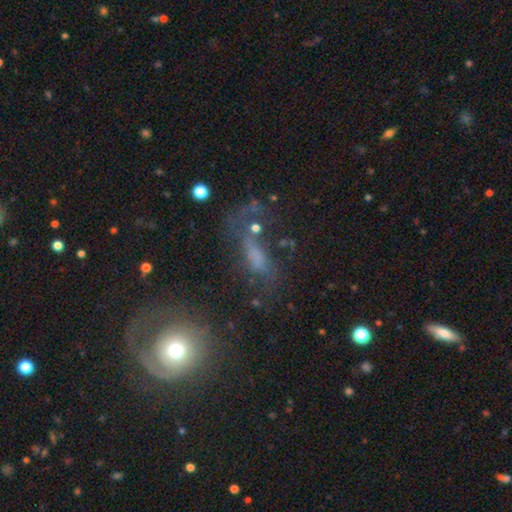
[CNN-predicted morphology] This is marginally a smooth galaxy (40%). Merging: marginally none (43%).